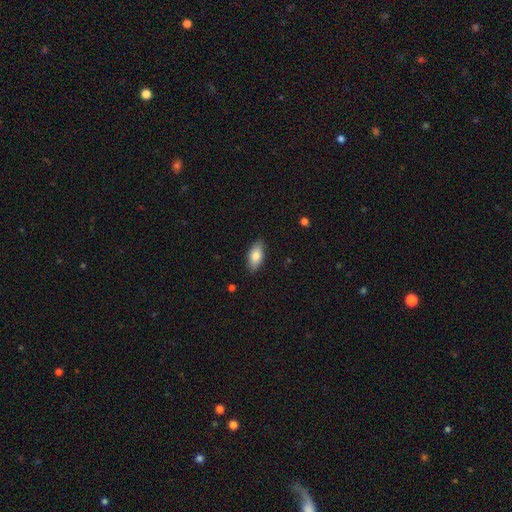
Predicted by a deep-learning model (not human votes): A smooth galaxy with no disk features (81%) that is in between round and cigar-shaped (89%).

Vote fractions:
- Smooth or featured? smooth: 81% / featured or disk: 12% / star or artifact: 6%
- How rounded? in between: 89% / cigar-shaped: 8% / round: 3%
- Merging? none: 86% / minor disturbance: 11% / major disturbance: 2% / merger: 1%